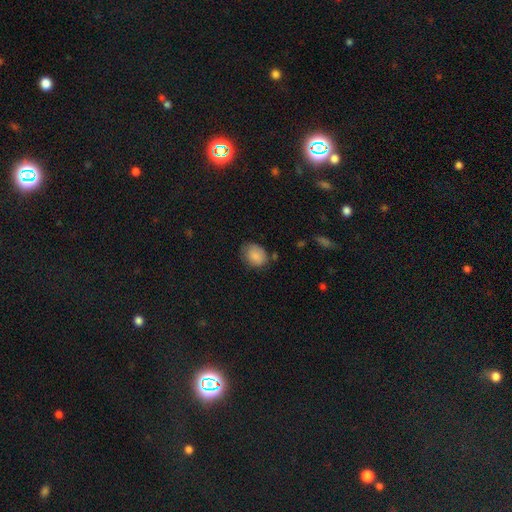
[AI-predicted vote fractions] smooth 85%, star or artifact 8%, featured or disk 8%. Down the decision tree: how rounded — in between (58%); merging — none (65%).